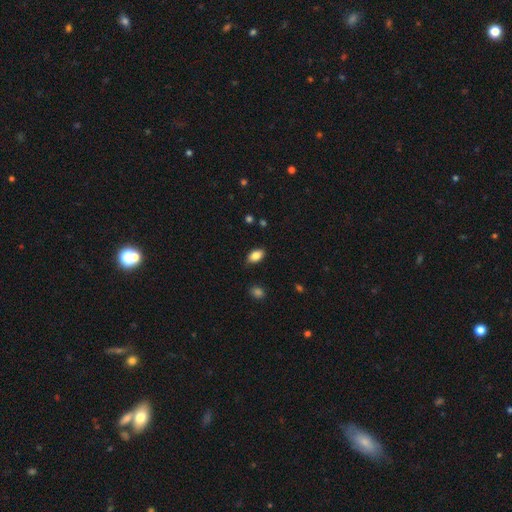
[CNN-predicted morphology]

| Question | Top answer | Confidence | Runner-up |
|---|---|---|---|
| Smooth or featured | smooth | 84% | featured or disk (8%) |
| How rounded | in between | 90% | round (7%) |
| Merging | none | 82% | minor disturbance (14%) |